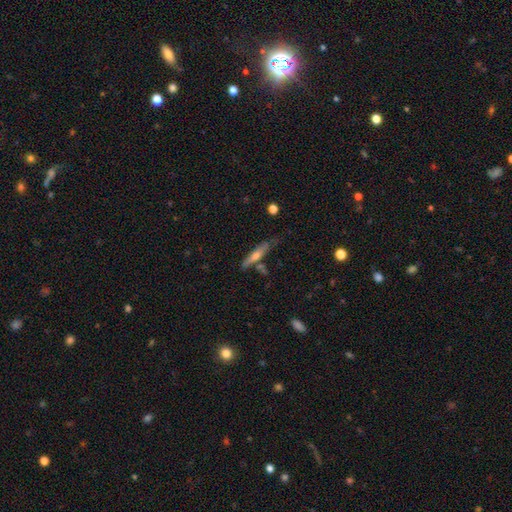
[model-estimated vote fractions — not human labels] Overall: smooth (47%, tied with featured or disk). Merging: none (66%).